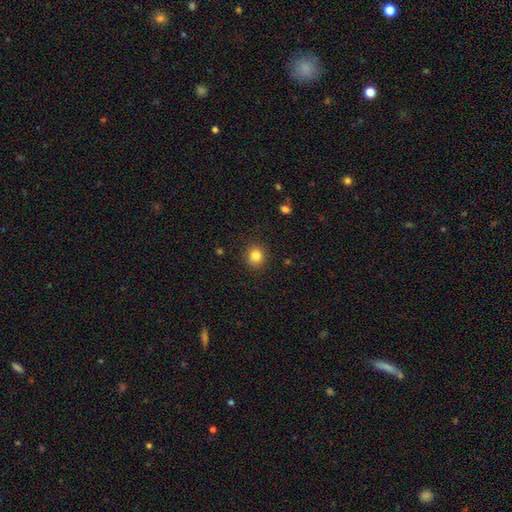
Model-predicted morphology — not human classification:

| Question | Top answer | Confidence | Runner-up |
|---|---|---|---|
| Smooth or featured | smooth | 84% | star or artifact (11%) |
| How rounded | round | 85% | in between (14%) |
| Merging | none | 89% | minor disturbance (8%) |